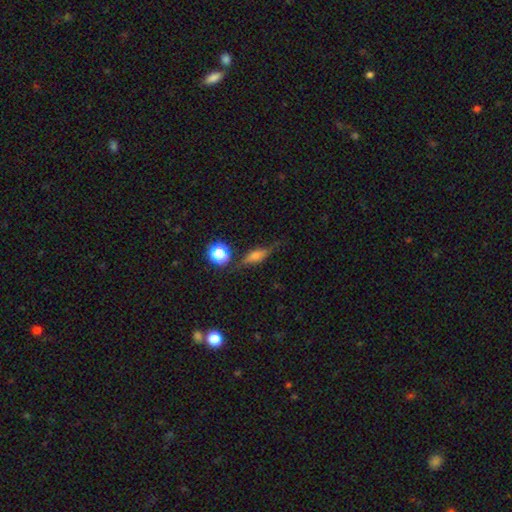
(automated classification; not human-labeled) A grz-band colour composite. It shows a smooth galaxy with no disk features (45%). Merging: none (69%).